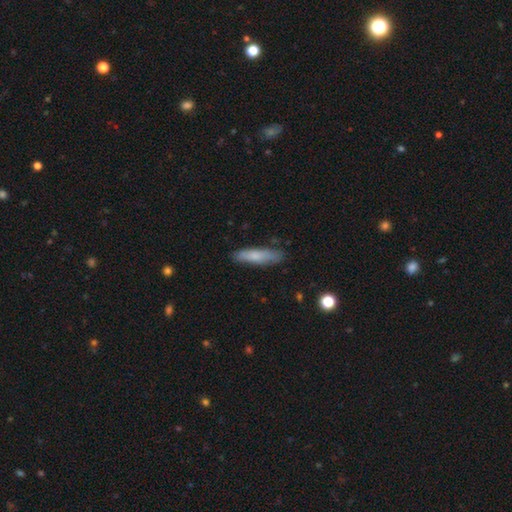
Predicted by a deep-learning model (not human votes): The model was most divided on "smooth or featured": smooth: 74%, featured or disk: 20%, star or artifact: 6%. More confident: merging — none (82%); how rounded — cigar-shaped (79%).